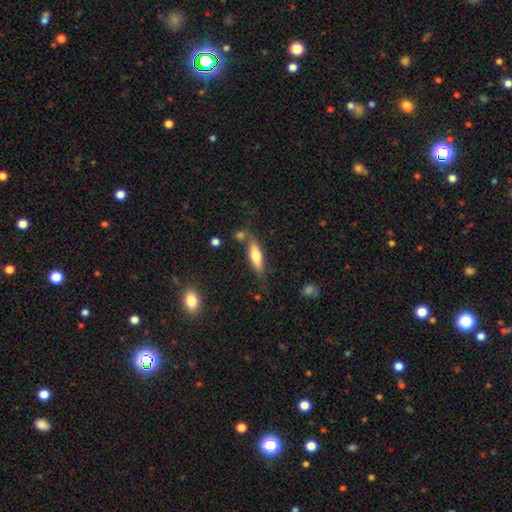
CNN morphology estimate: This appears to be a smooth galaxy with no disk features (60%) that is cigar-shaped (55%). Merging: none (65%).